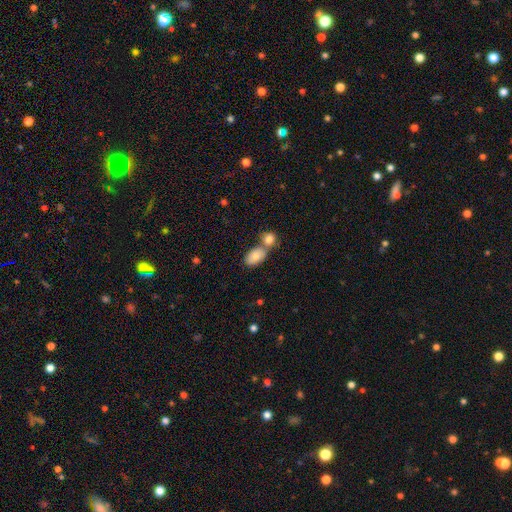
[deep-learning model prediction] A smooth galaxy with no disk features (83%) that is in between round and cigar-shaped (90%). Merging: merger (49%).